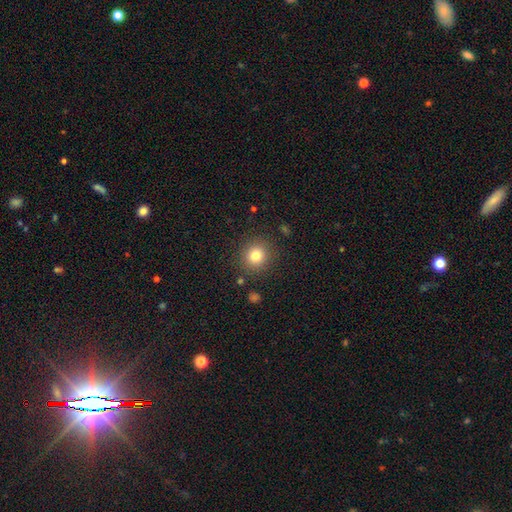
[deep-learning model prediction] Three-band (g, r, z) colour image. It shows a smooth galaxy with no disk features (80%) that is round (88%). Merging: none (87%).